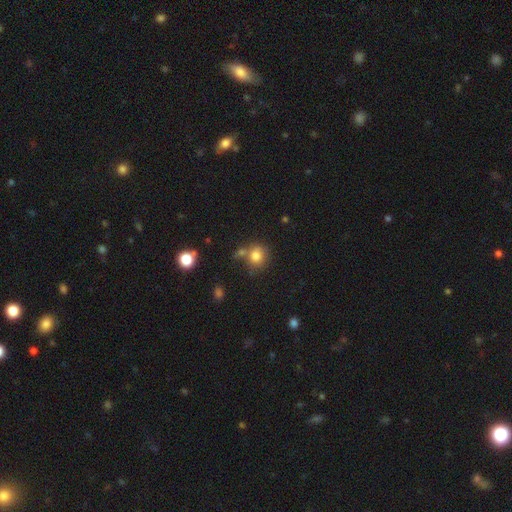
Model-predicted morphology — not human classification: Q: Smooth or featured?
A: smooth (80%); runner-up: star or artifact (12%)
Q: How rounded?
A: round (81%); runner-up: in between (18%)
Q: Merging?
A: none (61%); runner-up: merger (20%)